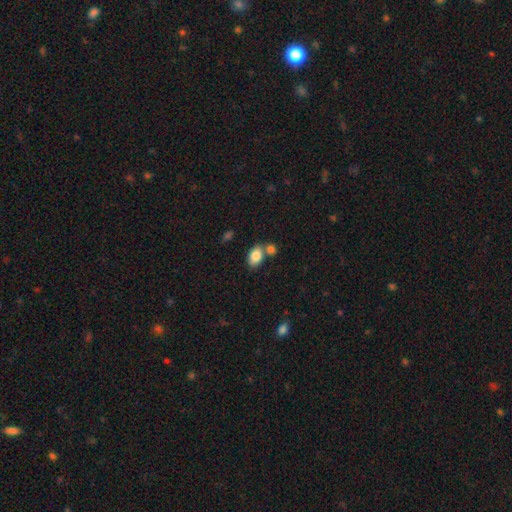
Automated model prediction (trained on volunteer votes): Smooth or featured?
  - smooth: 84% *
  - featured or disk: 9%
  - star or artifact: 8%
How rounded?
  - in between: 86% *
  - round: 12%
  - cigar-shaped: 1%
Merging?
  - none: 52% *
  - merger: 33%
  - minor disturbance: 11%
  - major disturbance: 3%